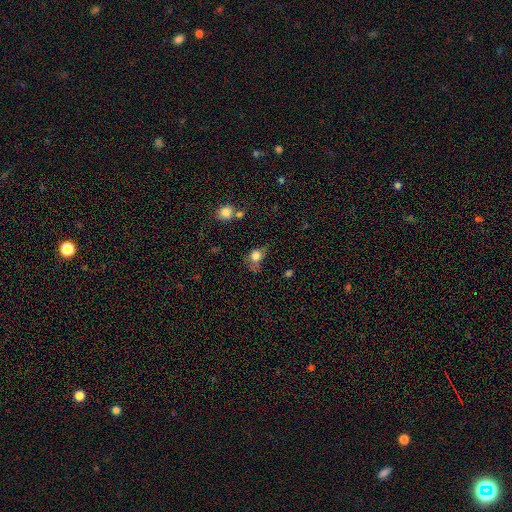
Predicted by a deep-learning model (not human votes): Smooth or featured: smooth — 76% (featured or disk — 12%)
How rounded: round — 54% (in between — 44%)
Merging: none — 38% (minor disturbance — 34%)